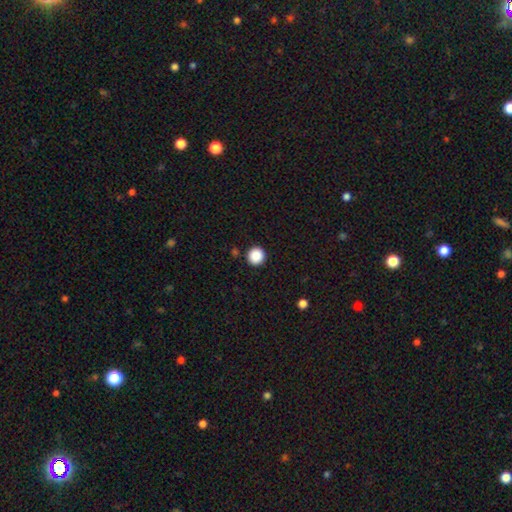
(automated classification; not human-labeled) A smooth galaxy with no disk features (88%) that is round (95%). Merging: none (92%).